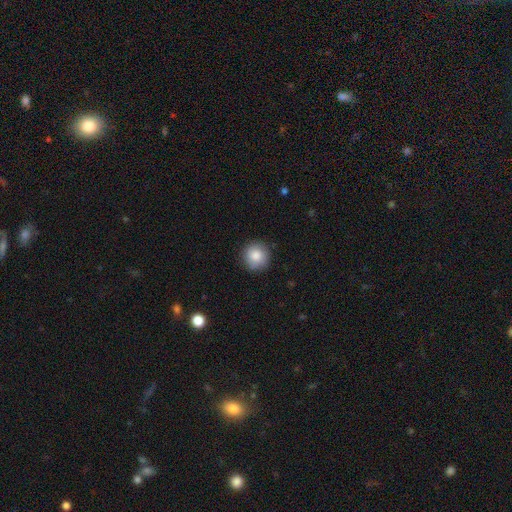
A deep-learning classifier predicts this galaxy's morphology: smooth_or_featured: smooth (p=0.85) [alt: star or artifact p=0.08]
how_rounded: round (p=0.94) [alt: in between p=0.05]
merging: none (p=0.88) [alt: minor disturbance p=0.09]